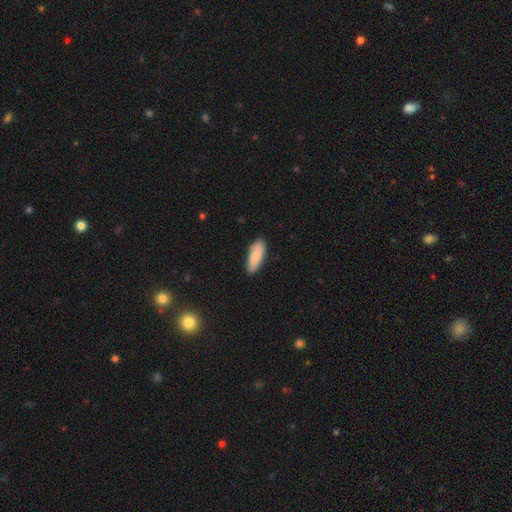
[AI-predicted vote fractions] Smooth or featured? smooth (85%)
How rounded? in between (70%)
Merging? none (87%)